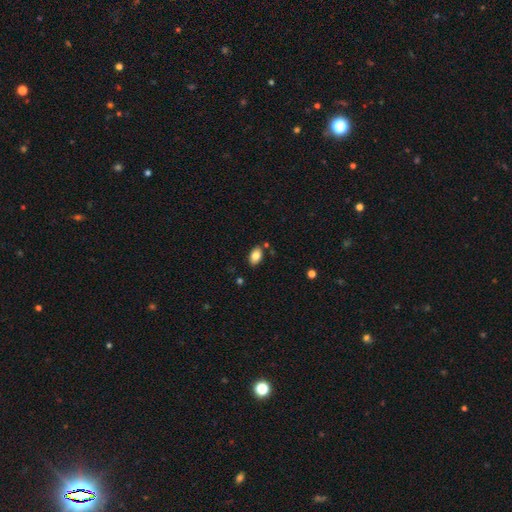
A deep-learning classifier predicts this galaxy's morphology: The model was most divided on "merging": none: 81%, minor disturbance: 12%, merger: 5%, major disturbance: 2%. More confident: how rounded — in between (89%); smooth or featured — smooth (83%).